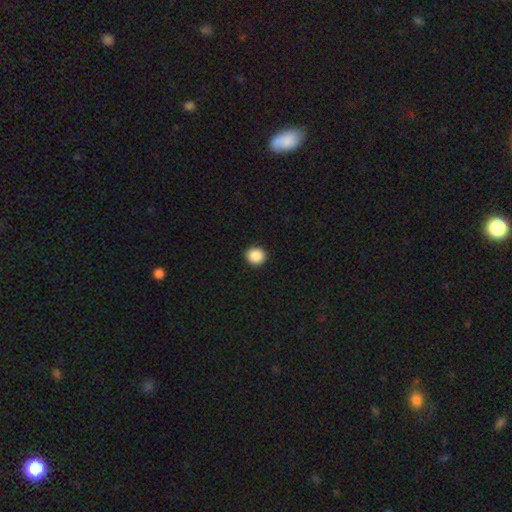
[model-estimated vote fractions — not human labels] A smooth galaxy with no disk features (89%) that is round (88%).

Vote fractions:
- Smooth or featured? smooth: 89% / star or artifact: 9% / featured or disk: 2%
- How rounded? round: 88% / in between: 11% / cigar-shaped: 1%
- Merging? none: 93% / minor disturbance: 5% / major disturbance: 2% / merger: 1%